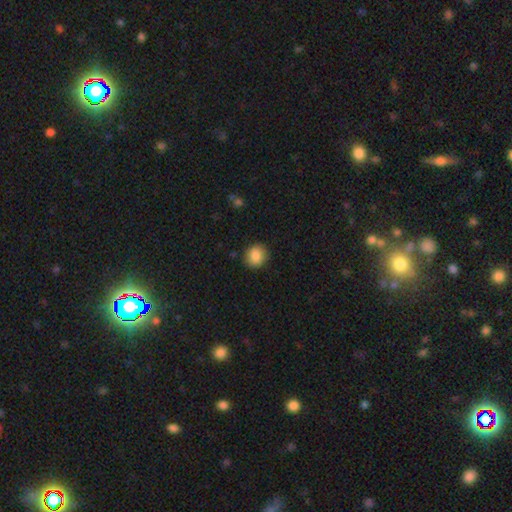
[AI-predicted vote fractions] This appears to be a smooth galaxy with no disk features (86%) that is round (82%). Merging: none (88%).